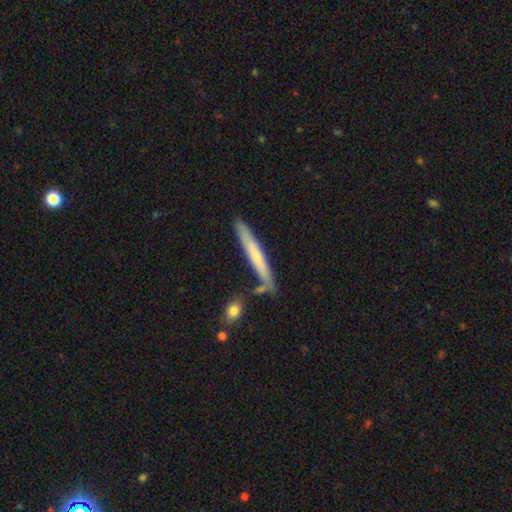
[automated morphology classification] A smooth galaxy with no disk features (57%) that is cigar-shaped (95%). Merging: none (79%).